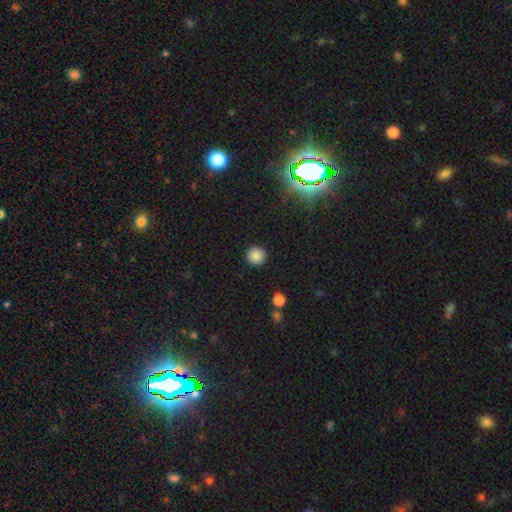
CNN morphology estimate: Smooth or featured? Predicted: smooth (p=0.86). How rounded? Predicted: round (p=0.94). Merging? Predicted: none (p=0.91).